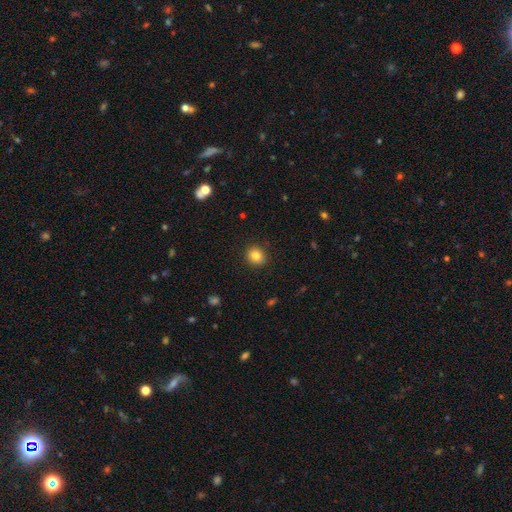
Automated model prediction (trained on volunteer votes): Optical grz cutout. It shows a smooth galaxy with no disk features (82%) that is round (79%). Merging: none (91%).